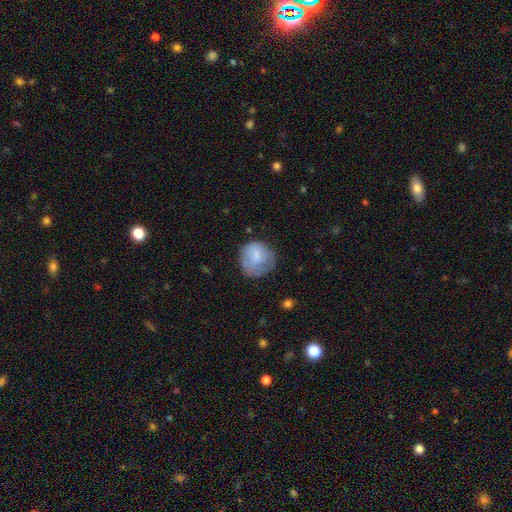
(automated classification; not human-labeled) The model was most divided on "merging": none: 58%, minor disturbance: 26%, major disturbance: 15%, merger: 2%. More confident: how rounded — round (86%); smooth or featured — smooth (71%).